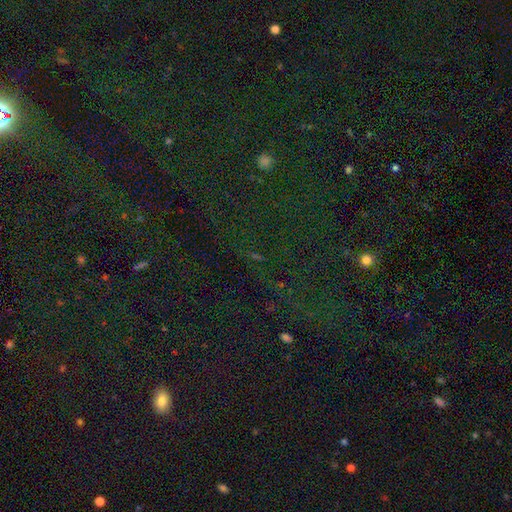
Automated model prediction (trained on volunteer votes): Overall: star or artifact (80%).